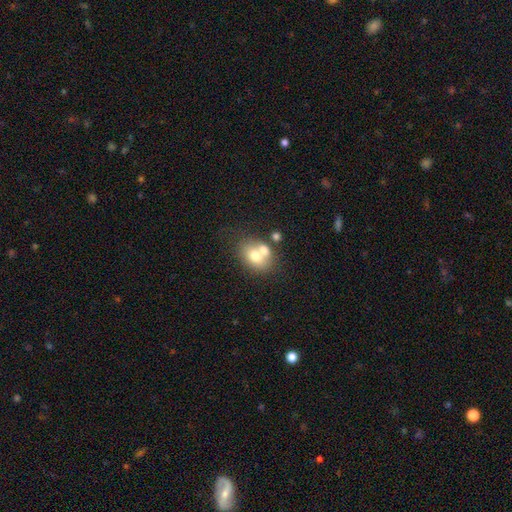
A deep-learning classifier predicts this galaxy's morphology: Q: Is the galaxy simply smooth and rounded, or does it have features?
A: smooth — 68%.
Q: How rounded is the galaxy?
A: in between — 60%.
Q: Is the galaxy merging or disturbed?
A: merger — 43%.